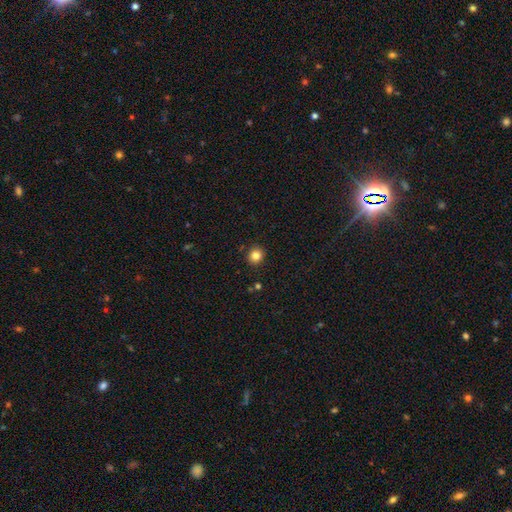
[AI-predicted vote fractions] Q: Smooth or featured?
A: smooth (82%); runner-up: star or artifact (12%)
Q: How rounded?
A: round (87%); runner-up: in between (12%)
Q: Merging?
A: none (90%); runner-up: minor disturbance (6%)